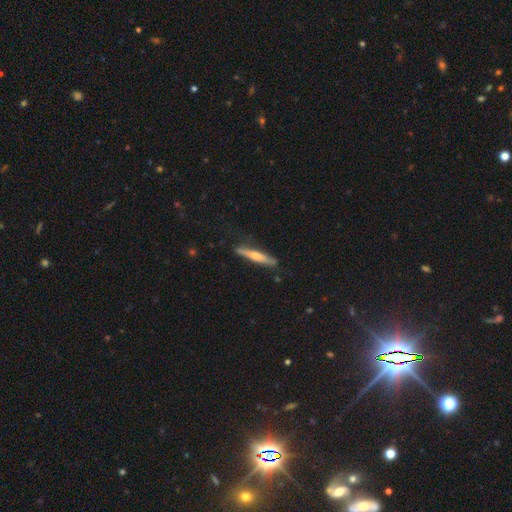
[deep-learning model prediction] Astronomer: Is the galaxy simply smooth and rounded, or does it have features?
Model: smooth — 56% (runner-up: featured or disk, 38%).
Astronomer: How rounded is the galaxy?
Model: cigar-shaped — 92%.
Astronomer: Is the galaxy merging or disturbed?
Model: none — 81%.